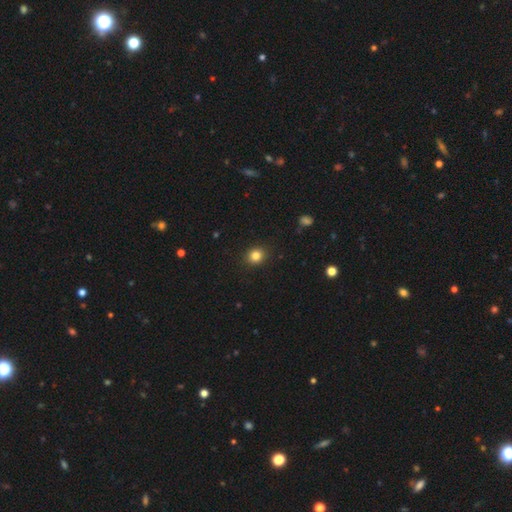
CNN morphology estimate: smooth 83%, star or artifact 12%, featured or disk 5%. Down the decision tree: how rounded — round (80%); merging — none (91%).